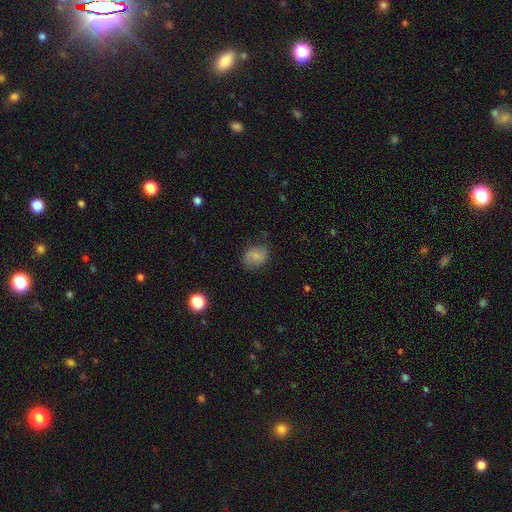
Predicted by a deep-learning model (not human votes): Q: Smooth or featured?
A: smooth (67%); runner-up: featured or disk (23%)
Q: How rounded?
A: in between (52%); runner-up: round (47%)
Q: Merging?
A: none (72%); runner-up: minor disturbance (21%)